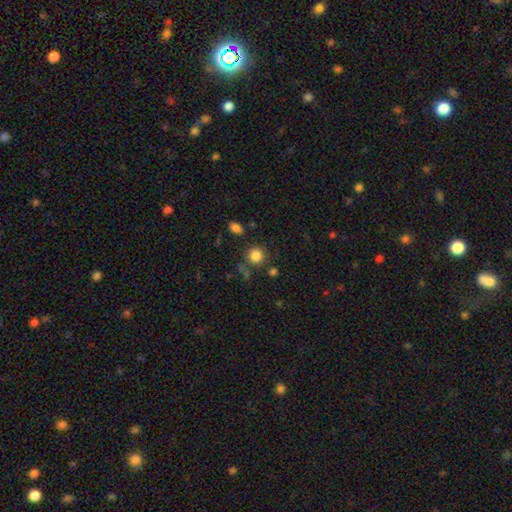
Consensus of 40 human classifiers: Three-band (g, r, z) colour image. It shows a smooth galaxy with no disk features (82%) that is round (91%). Merging: none (71%).